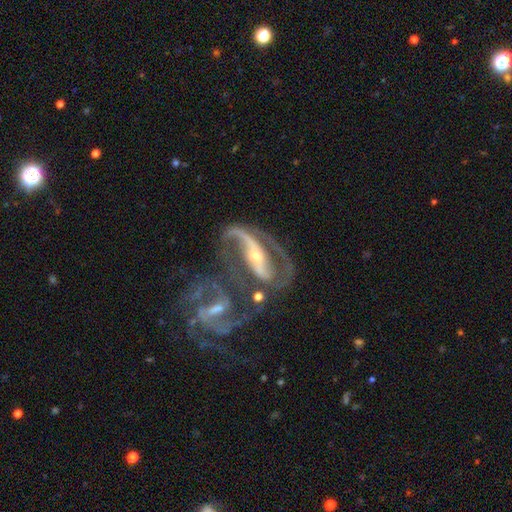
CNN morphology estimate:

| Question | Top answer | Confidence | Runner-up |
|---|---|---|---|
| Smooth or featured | featured or disk | 88% | smooth (6%) |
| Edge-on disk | no | 94% | yes (6%) |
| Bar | strong | 62% | weak (21%) |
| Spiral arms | yes | 92% | no (8%) |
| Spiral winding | medium | 45% | loose (34%) |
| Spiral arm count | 2 | 80% | 1 (9%) |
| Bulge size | small | 55% | moderate (40%) |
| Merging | merger | 44% | none (27%) |